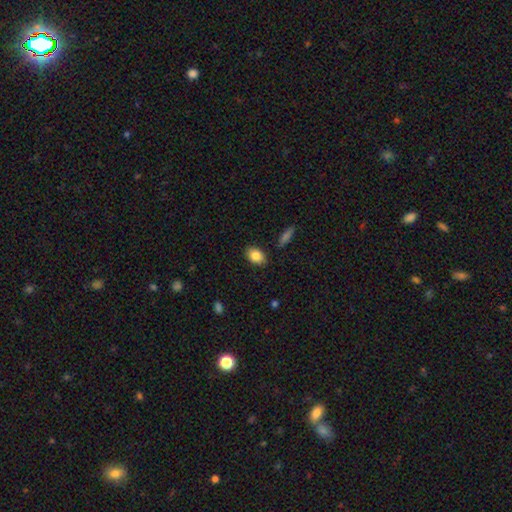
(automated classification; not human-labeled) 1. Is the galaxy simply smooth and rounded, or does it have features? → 85% smooth, 8% star or artifact, 7% featured or disk.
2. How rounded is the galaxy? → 80% in between, 18% round, 1% cigar-shaped.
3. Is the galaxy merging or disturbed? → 86% none, 10% minor disturbance, 2% major disturbance, 2% merger.